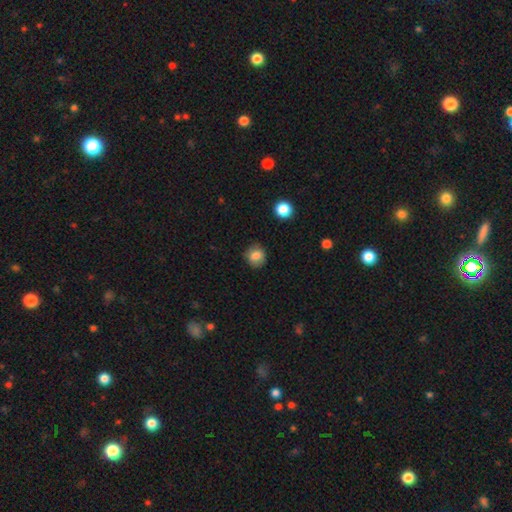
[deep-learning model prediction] A smooth galaxy with no disk features (83%) that is round (80%).

Vote fractions:
- Smooth or featured? smooth: 83% / star or artifact: 10% / featured or disk: 7%
- How rounded? round: 80% / in between: 19% / cigar-shaped: 1%
- Merging? none: 83% / minor disturbance: 12% / major disturbance: 3% / merger: 1%